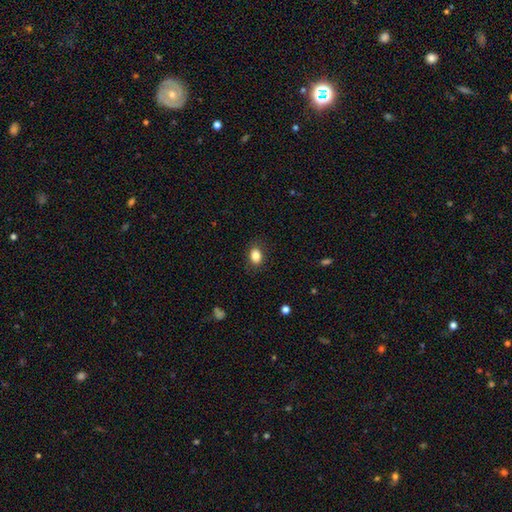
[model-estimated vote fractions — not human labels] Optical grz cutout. It shows a smooth galaxy with no disk features (85%) that is in between round and cigar-shaped (69%). Merging: none (86%).